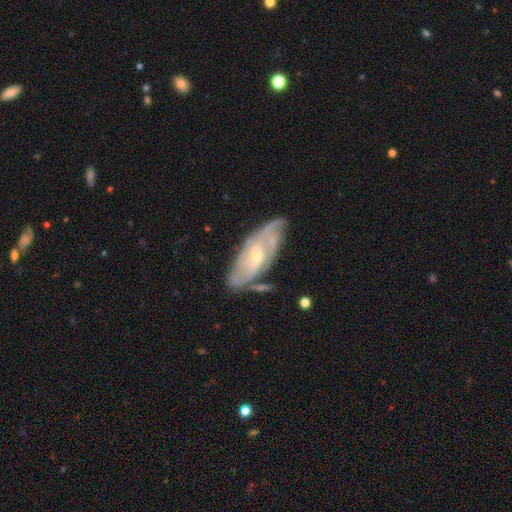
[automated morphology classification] type=featured or disk (77%); edge-on=no (88%); bar=no (57%); spiral arms=yes (88%); winding=tight (48%); arm count=can't tell (39%); bulge=small (64%); merging=none (63%).